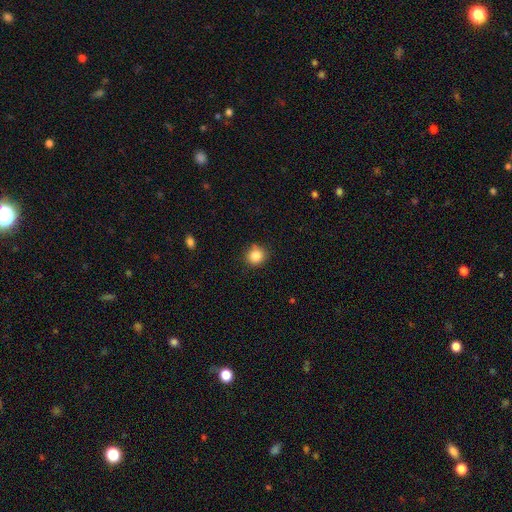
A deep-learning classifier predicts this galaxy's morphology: Smooth or featured?
  - smooth: 85% *
  - star or artifact: 10%
  - featured or disk: 4%
How rounded?
  - round: 89% *
  - in between: 10%
  - cigar-shaped: 1%
Merging?
  - none: 82% *
  - minor disturbance: 13%
  - major disturbance: 3%
  - merger: 2%